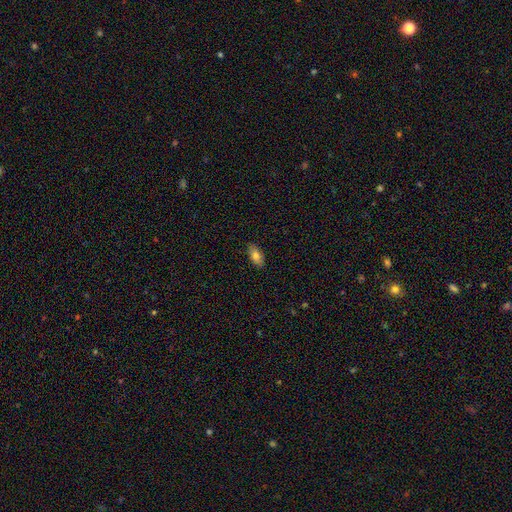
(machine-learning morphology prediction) Smooth or featured: smooth — 80% (featured or disk — 13%)
How rounded: in between — 91% (cigar-shaped — 6%)
Merging: none — 87% (minor disturbance — 10%)